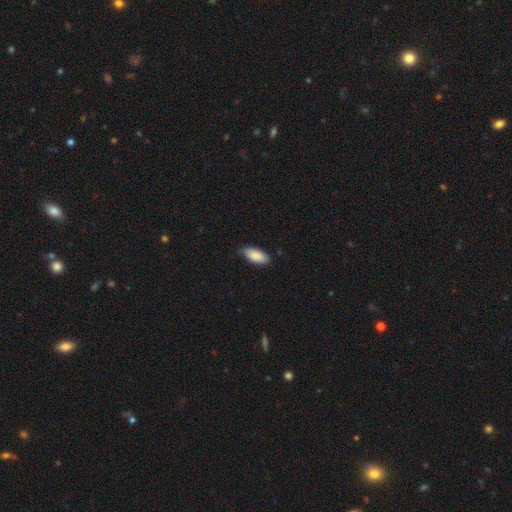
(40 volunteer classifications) smooth 88%, featured or disk 10%, star or artifact 2%. Down the decision tree: how rounded — in between (94%); merging — none (82%).